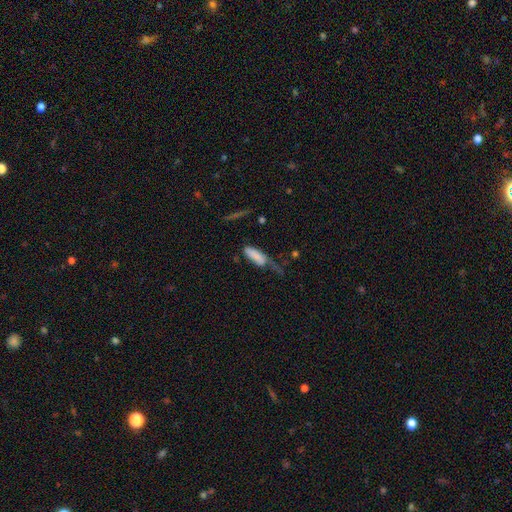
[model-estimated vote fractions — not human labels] Smooth or featured: smooth — 77% (featured or disk — 14%)
How rounded: in between — 68% (cigar-shaped — 30%)
Merging: major disturbance — 41% (minor disturbance — 30%)